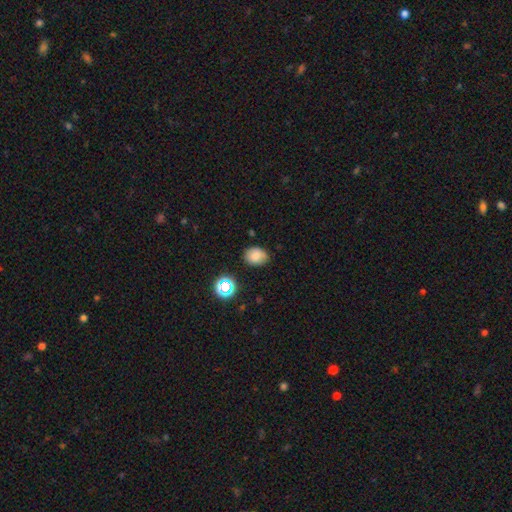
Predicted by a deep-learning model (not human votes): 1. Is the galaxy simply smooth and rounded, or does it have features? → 78% smooth, 14% star or artifact, 8% featured or disk.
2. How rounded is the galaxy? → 58% in between, 41% round, 1% cigar-shaped.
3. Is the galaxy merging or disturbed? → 76% none, 19% minor disturbance, 4% major disturbance, 2% merger.